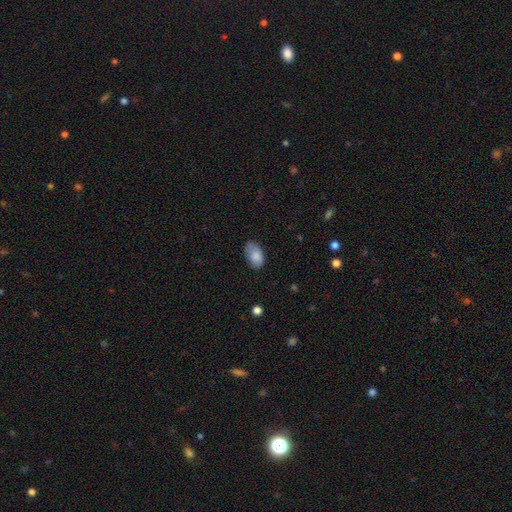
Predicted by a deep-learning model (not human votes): Q: Smooth or featured?
A: smooth (84%); runner-up: featured or disk (9%)
Q: How rounded?
A: in between (92%); runner-up: round (6%)
Q: Merging?
A: none (66%); runner-up: minor disturbance (26%)